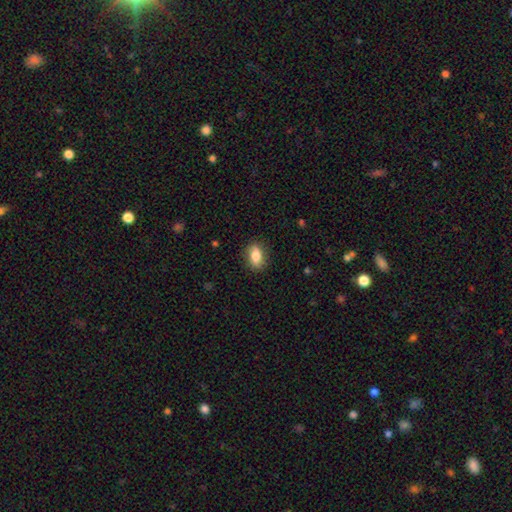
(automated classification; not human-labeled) Smooth or featured? smooth (83%)
How rounded? in between (84%)
Merging? none (85%)